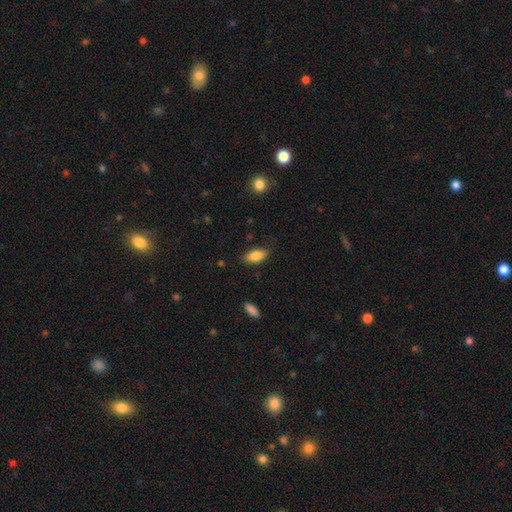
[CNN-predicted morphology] smooth 84%, featured or disk 9%, star or artifact 7%. Down the decision tree: how rounded — in between (90%); merging — none (80%).